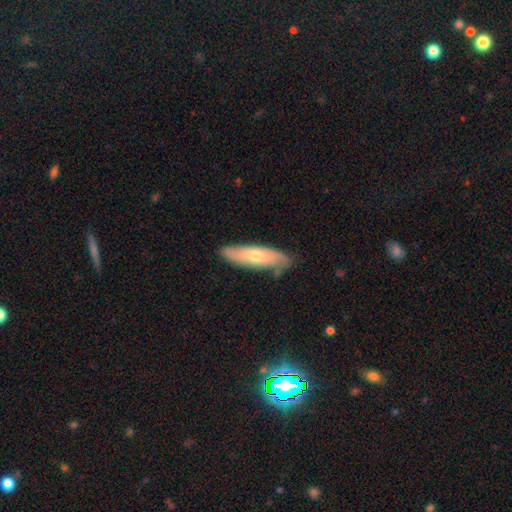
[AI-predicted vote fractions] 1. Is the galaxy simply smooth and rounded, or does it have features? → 56% smooth, 38% featured or disk, 6% star or artifact.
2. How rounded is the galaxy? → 57% cigar-shaped, 41% in between, 2% round.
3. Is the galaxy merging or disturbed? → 77% none, 18% minor disturbance, 3% major disturbance, 2% merger.